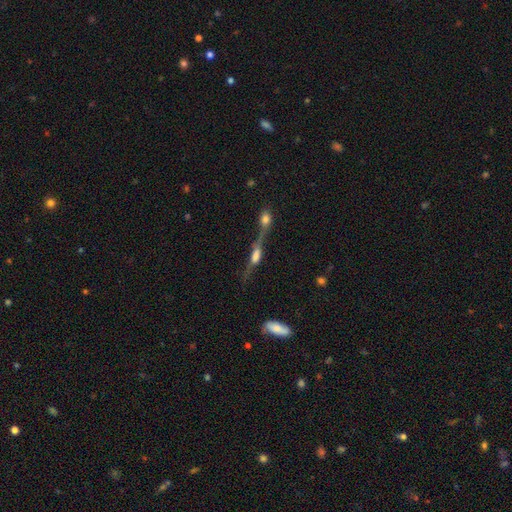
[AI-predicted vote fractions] Smooth or featured?
  - featured or disk: 54% *
  - smooth: 35%
  - star or artifact: 11%
Edge-on disk?
  - yes: 68% *
  - no: 32%
Merging?
  - merger: 59% *
  - none: 22%
  - major disturbance: 10%
  - minor disturbance: 8%